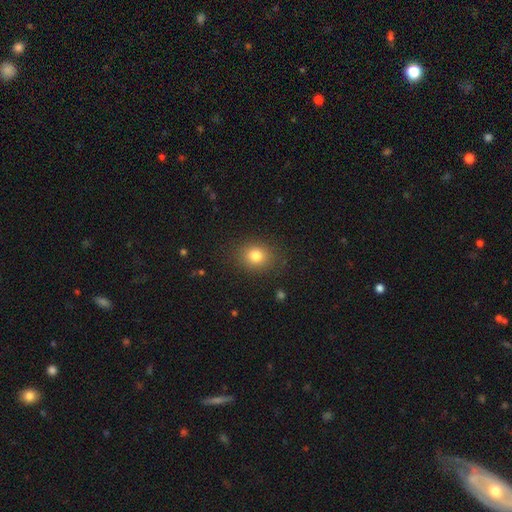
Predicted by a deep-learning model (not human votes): The model was most divided on "how rounded": round: 64%, in between: 36%, cigar-shaped: 1%. More confident: merging — none (86%); smooth or featured — smooth (81%).